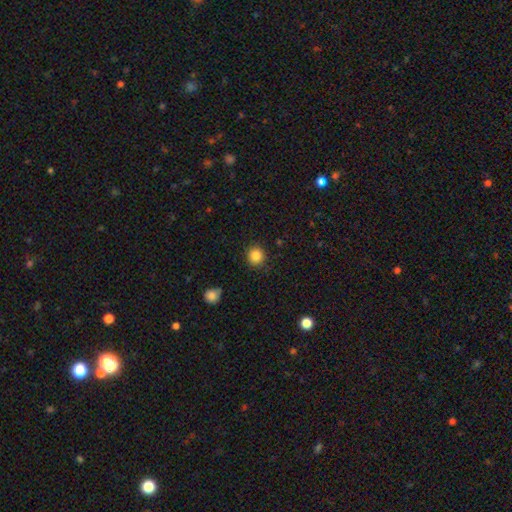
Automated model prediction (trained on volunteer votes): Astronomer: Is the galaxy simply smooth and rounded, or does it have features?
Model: smooth — 85%.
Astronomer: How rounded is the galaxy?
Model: round — 91%.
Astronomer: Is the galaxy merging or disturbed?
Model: none — 89%.